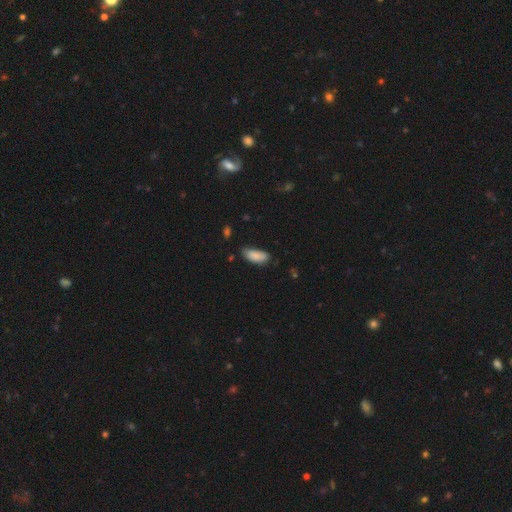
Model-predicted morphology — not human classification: This appears to be a smooth galaxy with no disk features (86%) that is in between round and cigar-shaped (84%). Merging: none (63%).